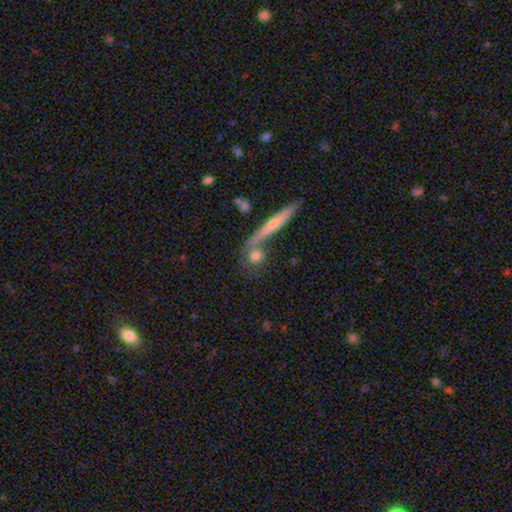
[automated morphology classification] Overall: smooth (68%). How rounded: round (76%). Merging: none (58%; merger 27%).